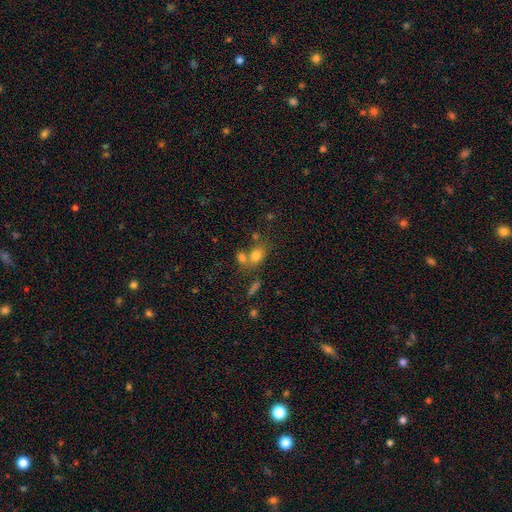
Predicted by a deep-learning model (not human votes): smooth 75%, star or artifact 13%, featured or disk 11%. Down the decision tree: how rounded — in between (66%); merging — none (46%).